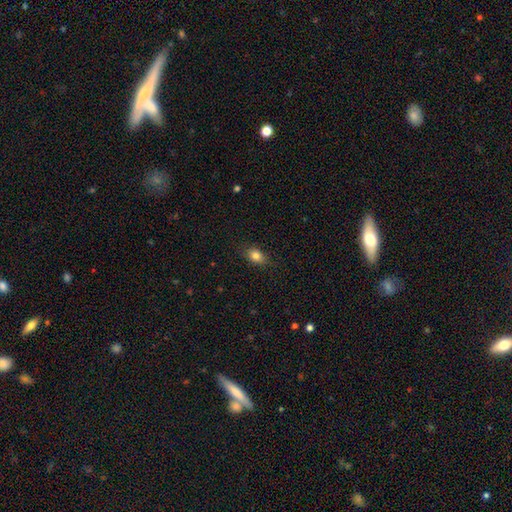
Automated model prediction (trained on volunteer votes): Smooth or featured?
  - smooth: 83% *
  - star or artifact: 10%
  - featured or disk: 8%
How rounded?
  - in between: 71% *
  - round: 27%
  - cigar-shaped: 2%
Merging?
  - none: 82% *
  - minor disturbance: 14%
  - major disturbance: 3%
  - merger: 1%